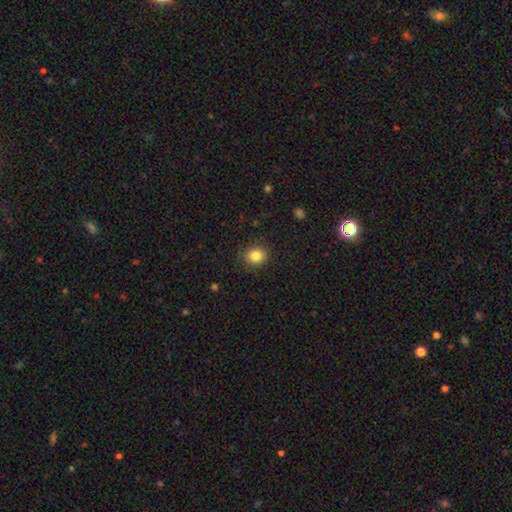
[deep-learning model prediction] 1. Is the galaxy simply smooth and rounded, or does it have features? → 84% smooth, 11% star or artifact, 6% featured or disk.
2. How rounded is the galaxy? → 74% round, 25% in between, 1% cigar-shaped.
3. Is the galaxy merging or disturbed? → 88% none, 8% minor disturbance, 3% major disturbance, 1% merger.